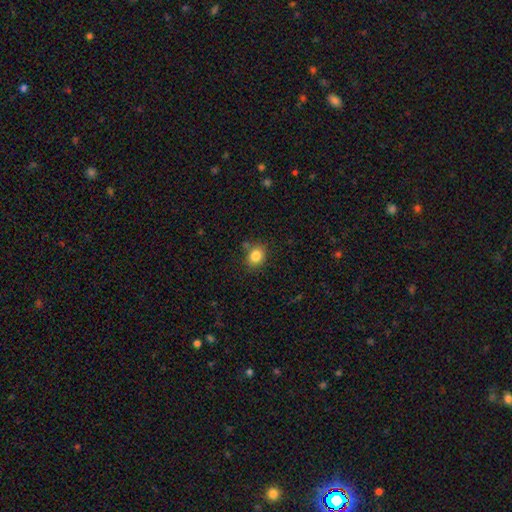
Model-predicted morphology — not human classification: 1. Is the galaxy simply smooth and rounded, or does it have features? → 84% smooth, 10% star or artifact, 6% featured or disk.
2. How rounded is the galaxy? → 60% round, 39% in between, 1% cigar-shaped.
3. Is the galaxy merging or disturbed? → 78% none, 13% minor disturbance, 6% merger, 3% major disturbance.